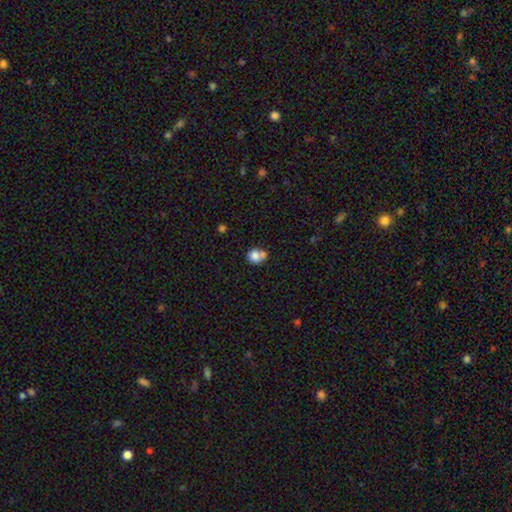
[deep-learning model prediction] Morphology: type=smooth (80%); roundness=round (76%); merging=merger (40%, tied with none).